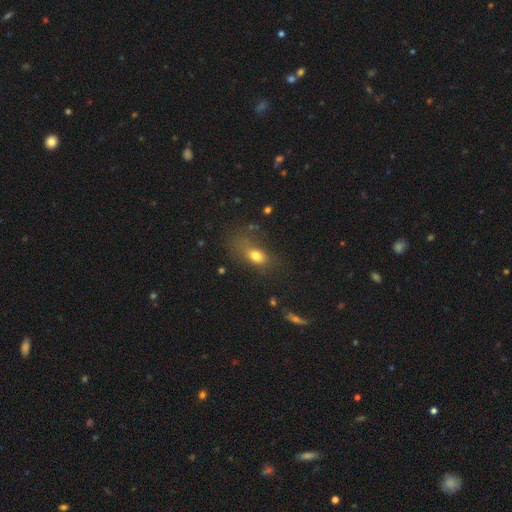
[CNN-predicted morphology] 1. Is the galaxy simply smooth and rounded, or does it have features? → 73% smooth, 14% featured or disk, 13% star or artifact.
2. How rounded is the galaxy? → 75% in between, 20% round, 5% cigar-shaped.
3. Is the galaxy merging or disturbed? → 48% none, 24% major disturbance, 24% minor disturbance, 4% merger.